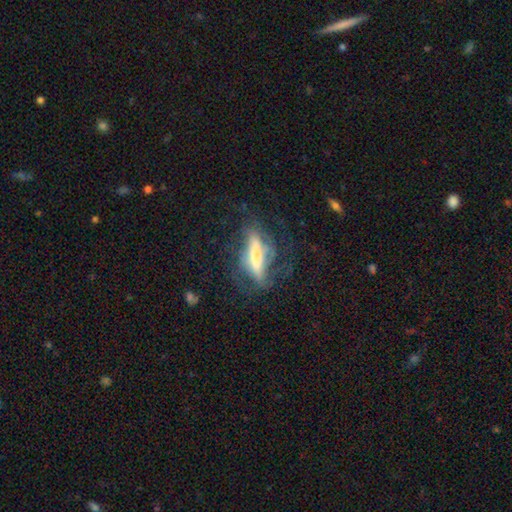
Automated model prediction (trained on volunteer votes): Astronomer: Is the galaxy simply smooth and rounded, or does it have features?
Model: featured or disk — 62%.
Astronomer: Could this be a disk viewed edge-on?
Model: yes — 63%.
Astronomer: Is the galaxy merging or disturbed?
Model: none — 58%.